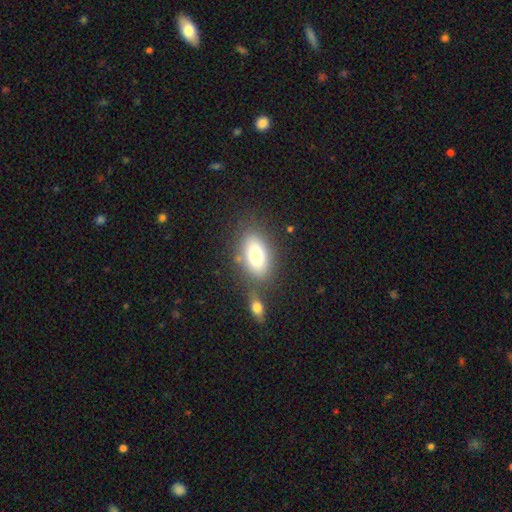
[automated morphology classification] A smooth galaxy with no disk features (74%) that is in between round and cigar-shaped (89%).

Vote fractions:
- Smooth or featured? smooth: 74% / featured or disk: 17% / star or artifact: 8%
- How rounded? in between: 89% / round: 7% / cigar-shaped: 4%
- Merging? none: 66% / merger: 17% / minor disturbance: 12% / major disturbance: 4%